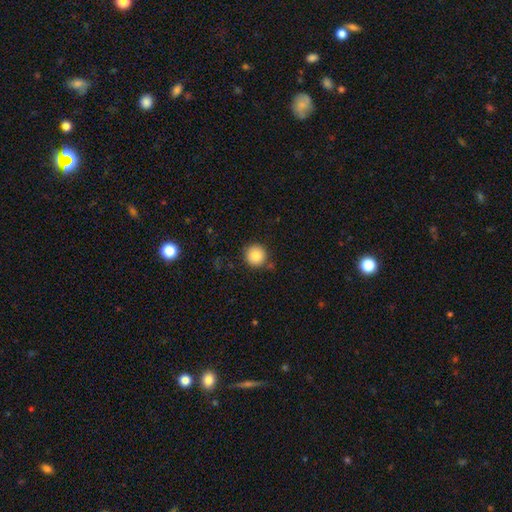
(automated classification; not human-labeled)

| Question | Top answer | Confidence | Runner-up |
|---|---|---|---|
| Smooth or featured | smooth | 84% | star or artifact (10%) |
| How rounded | round | 95% | in between (4%) |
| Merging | none | 85% | minor disturbance (9%) |